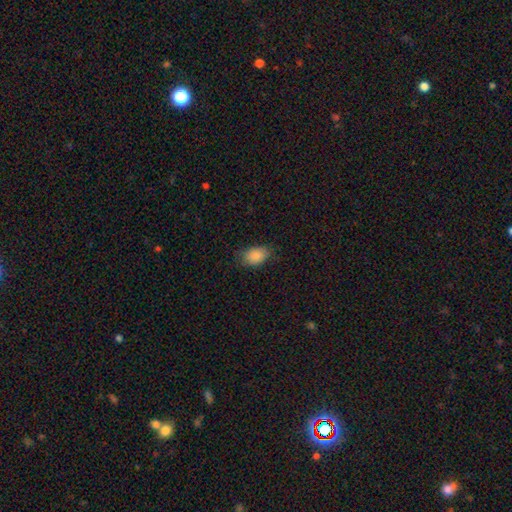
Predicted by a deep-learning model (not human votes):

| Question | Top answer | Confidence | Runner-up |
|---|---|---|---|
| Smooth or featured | smooth | 87% | star or artifact (8%) |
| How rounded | in between | 84% | round (14%) |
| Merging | none | 76% | minor disturbance (19%) |